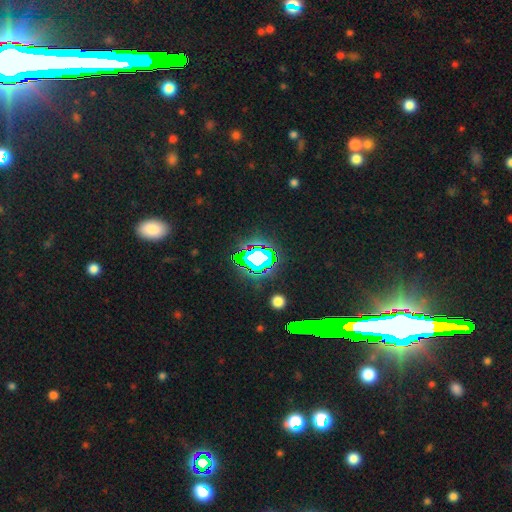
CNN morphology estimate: type=star or artifact (68%).